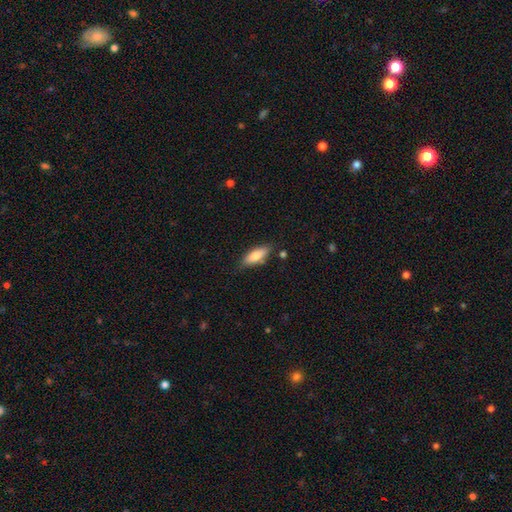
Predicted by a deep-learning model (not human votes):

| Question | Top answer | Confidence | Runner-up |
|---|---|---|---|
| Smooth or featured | smooth | 75% | featured or disk (19%) |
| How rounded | in between | 65% | cigar-shaped (33%) |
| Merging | none | 78% | minor disturbance (16%) |